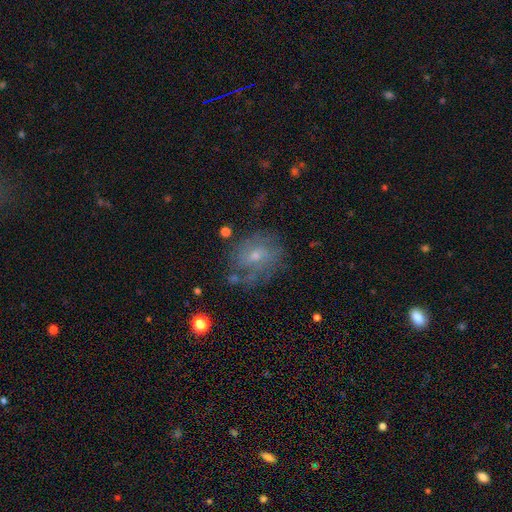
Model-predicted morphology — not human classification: smooth_or_featured: featured or disk (p=0.59) [alt: smooth p=0.30]
disk_edge_on: no (p=0.96) [alt: yes p=0.04]
bar: no (p=0.61) [alt: weak p=0.34]
has_spiral_arms: yes (p=0.72) [alt: no p=0.28]
bulge_size: small (p=0.52) [alt: moderate p=0.42]
merging: none (p=0.57) [alt: minor disturbance p=0.24]